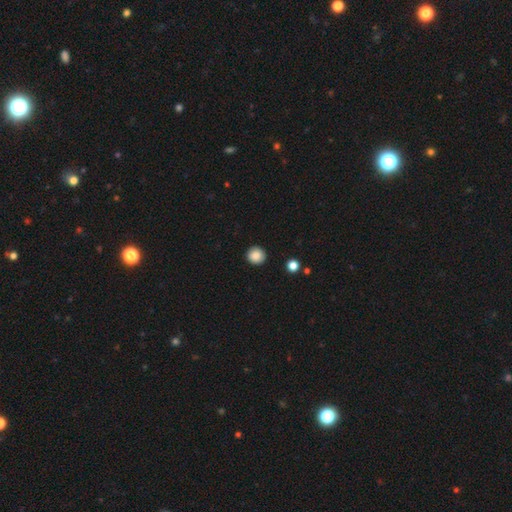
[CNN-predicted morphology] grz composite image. It shows a smooth galaxy with no disk features (87%) that is round (93%). Merging: none (92%).